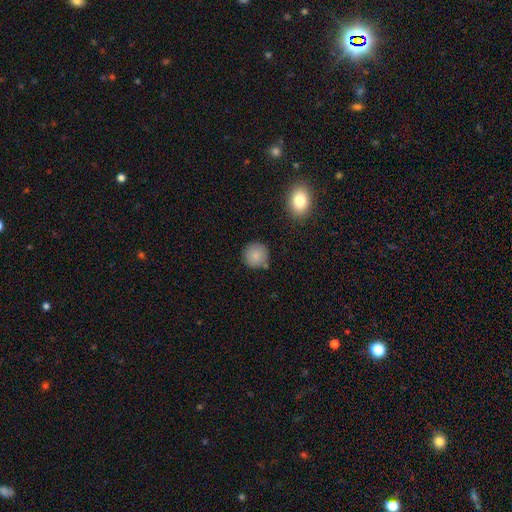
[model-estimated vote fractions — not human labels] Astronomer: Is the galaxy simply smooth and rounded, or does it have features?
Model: smooth — 85%.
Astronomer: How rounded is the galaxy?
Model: round — 93%.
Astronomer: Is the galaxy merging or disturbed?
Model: none — 82%.